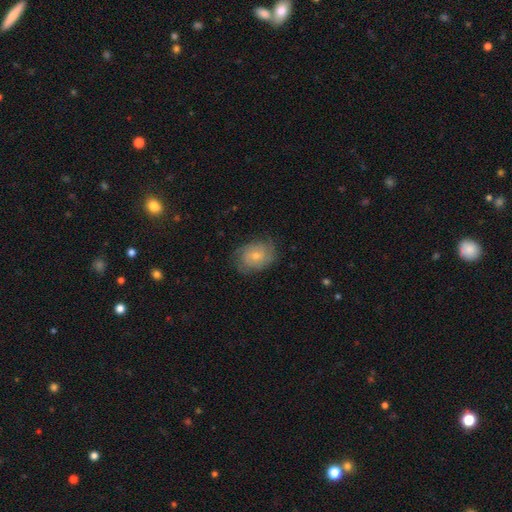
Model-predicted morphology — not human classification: This appears to be a featured or disk galaxy (54%) with no bar (77%), spiral arms (84%) and a small central bulge (55%). Merging: none (71%).